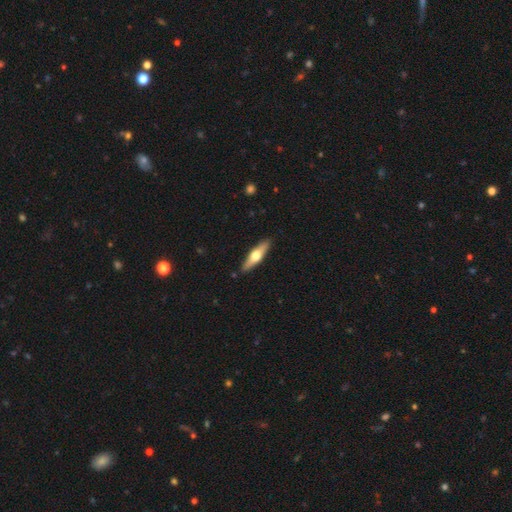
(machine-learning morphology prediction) Smooth or featured? featured or disk (50%)
Edge-on disk? yes (92%)
Merging? none (89%)